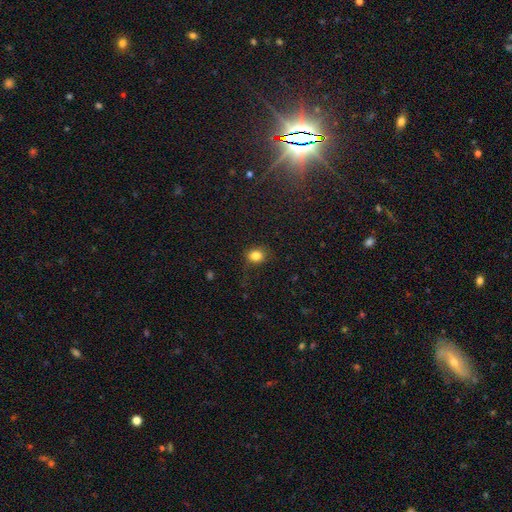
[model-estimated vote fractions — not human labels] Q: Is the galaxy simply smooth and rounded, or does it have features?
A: smooth — 82%.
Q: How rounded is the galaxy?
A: round — 66%.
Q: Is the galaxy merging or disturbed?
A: none — 79%.